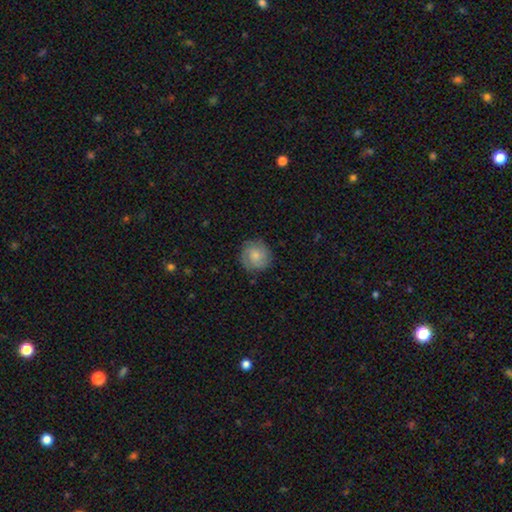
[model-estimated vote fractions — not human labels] Q: Smooth or featured?
A: smooth (49%); runner-up: featured or disk (44%)
Q: Merging?
A: none (80%); runner-up: minor disturbance (14%)